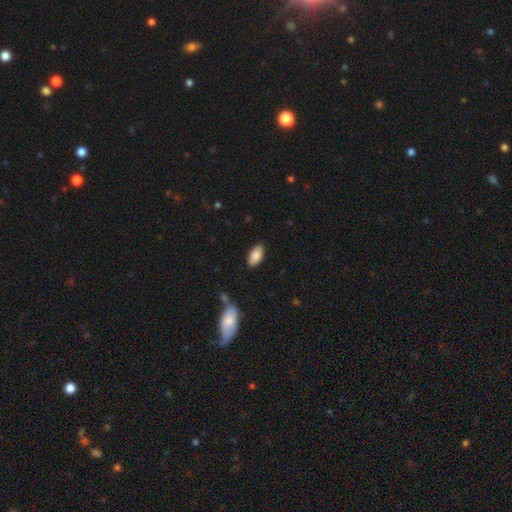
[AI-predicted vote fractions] Smooth or featured?
  - smooth: 88% *
  - star or artifact: 6%
  - featured or disk: 6%
How rounded?
  - in between: 93% *
  - cigar-shaped: 5%
  - round: 2%
Merging?
  - none: 85% *
  - minor disturbance: 11%
  - major disturbance: 2%
  - merger: 2%